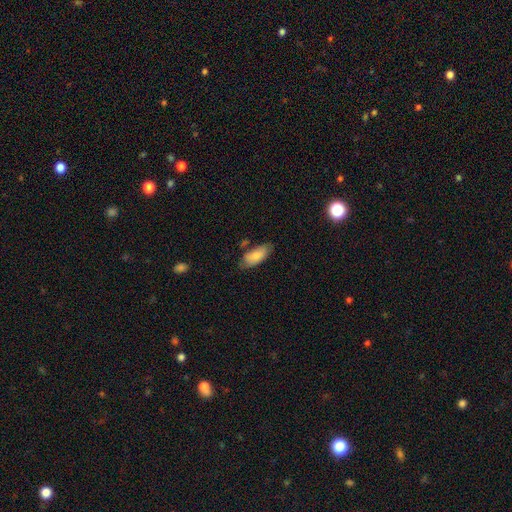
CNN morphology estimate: Overall: smooth (81%). How rounded: in between (86%). Merging: none (69%).